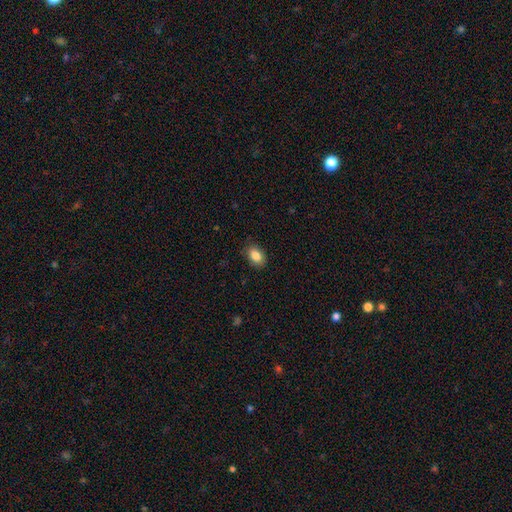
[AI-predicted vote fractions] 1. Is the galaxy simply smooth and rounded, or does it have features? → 86% smooth, 8% star or artifact, 6% featured or disk.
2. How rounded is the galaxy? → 80% in between, 19% round, 1% cigar-shaped.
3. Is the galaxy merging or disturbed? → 86% none, 11% minor disturbance, 2% major disturbance, 1% merger.